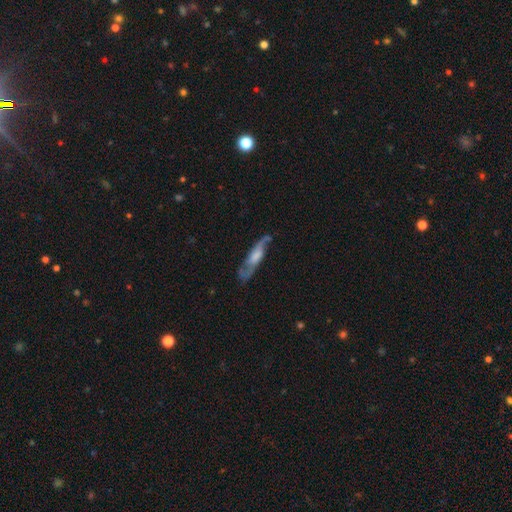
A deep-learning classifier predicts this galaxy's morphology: A featured or disk galaxy (73%).

Vote fractions:
- Smooth or featured? featured or disk: 73% / smooth: 21% / star or artifact: 6%
- Edge-on disk? no: 68% / yes: 32%
- Merging? none: 66% / minor disturbance: 21% / major disturbance: 11% / merger: 3%